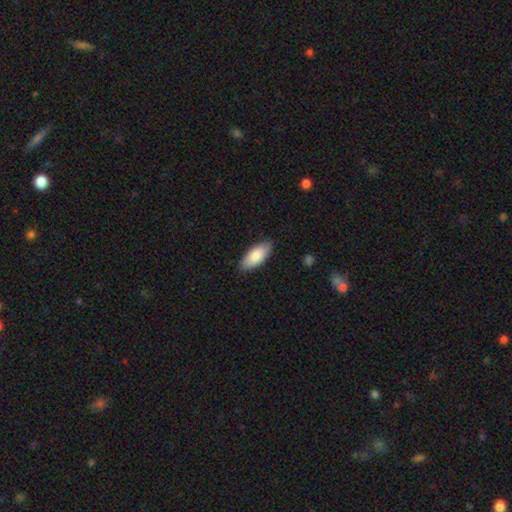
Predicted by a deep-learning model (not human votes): This is clearly a smooth galaxy (82%). How rounded: clearly in between (87%). Merging: clearly none (86%).